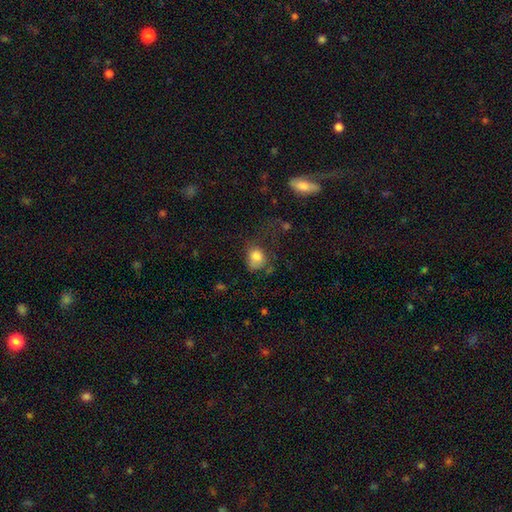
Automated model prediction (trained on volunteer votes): This appears to be a smooth galaxy with no disk features (80%) that is round (55%). Merging: none (37%).